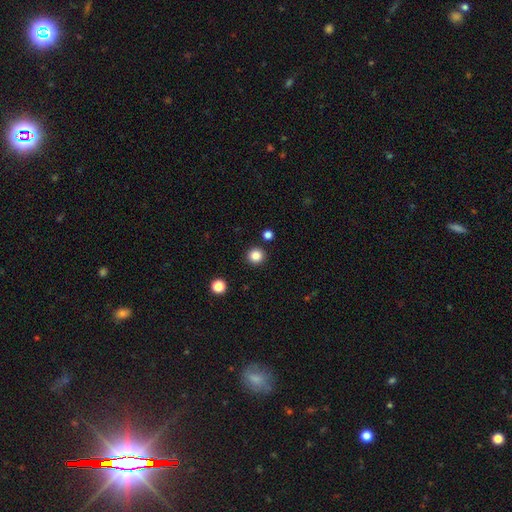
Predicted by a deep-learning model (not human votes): Smooth or featured? Predicted: smooth (p=0.85). How rounded? Predicted: round (p=0.95). Merging? Predicted: none (p=0.91).